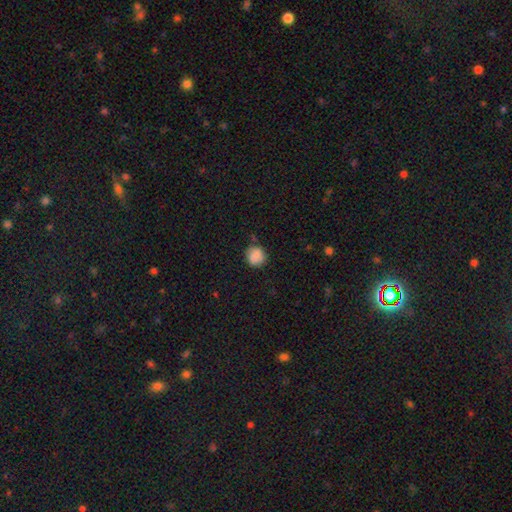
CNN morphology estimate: smooth 85%, star or artifact 9%, featured or disk 6%. Down the decision tree: how rounded — round (85%); merging — none (75%).